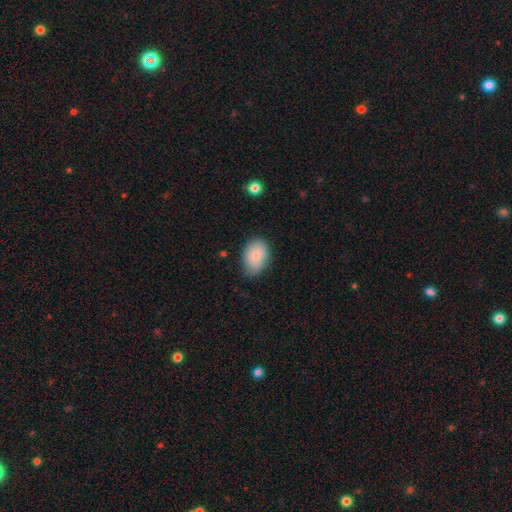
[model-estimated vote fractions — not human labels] smooth_or_featured: smooth (p=0.83) [alt: featured or disk p=0.10]
how_rounded: in between (p=0.83) [alt: round p=0.16]
merging: none (p=0.75) [alt: minor disturbance p=0.20]